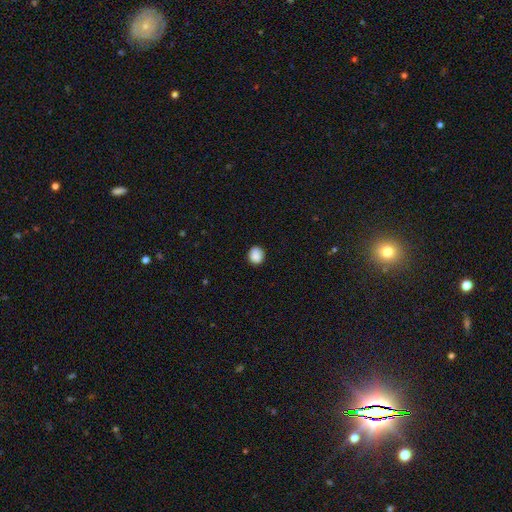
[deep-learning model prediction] This appears to be a smooth galaxy with no disk features (89%) that is round (77%). Merging: none (88%).